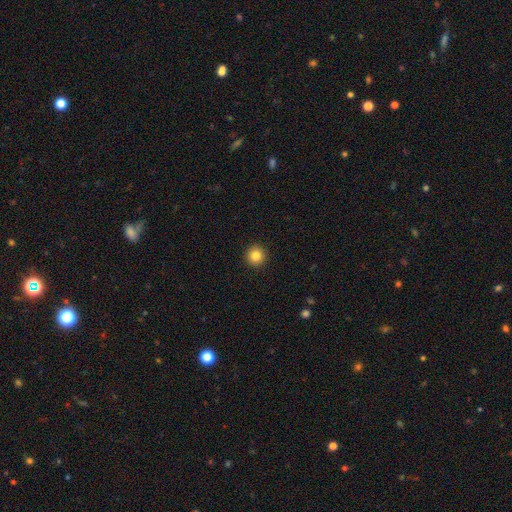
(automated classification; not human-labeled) smooth-or-featured: smooth: 84% | star or artifact: 11% | featured or disk: 6%
  how-rounded: round: 95% | in between: 4% | cigar-shaped: 1%
  merging: none: 93% | minor disturbance: 4% | major disturbance: 2% | merger: 1%